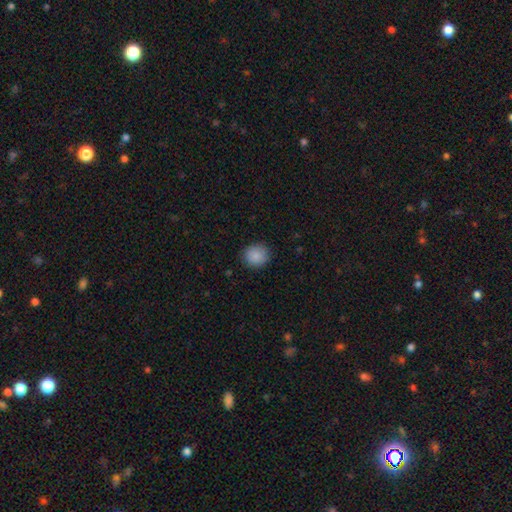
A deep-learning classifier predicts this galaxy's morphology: A smooth galaxy with no disk features (89%) that is round (82%). Merging: none (88%).